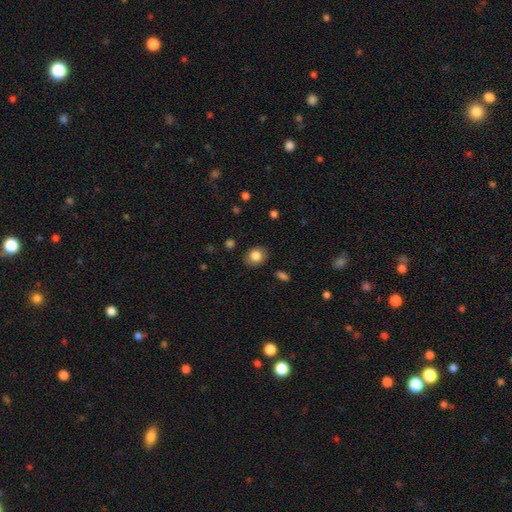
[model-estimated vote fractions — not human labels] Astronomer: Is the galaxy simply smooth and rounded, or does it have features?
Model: smooth — 83%.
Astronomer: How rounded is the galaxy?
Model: round — 57% (runner-up: in between, 42%).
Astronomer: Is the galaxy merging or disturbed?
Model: none — 85%.